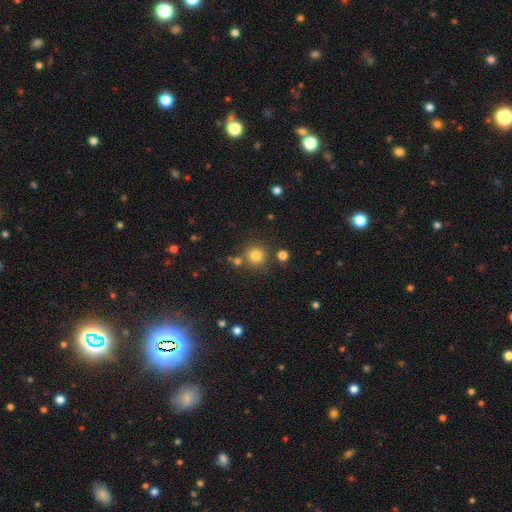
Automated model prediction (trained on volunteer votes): Smooth or featured?
  - smooth: 80% *
  - star or artifact: 13%
  - featured or disk: 6%
How rounded?
  - round: 93% *
  - in between: 6%
  - cigar-shaped: 1%
Merging?
  - none: 78% *
  - merger: 10%
  - minor disturbance: 8%
  - major disturbance: 3%